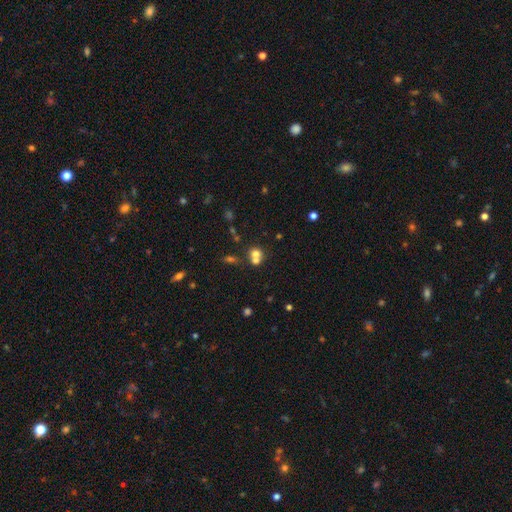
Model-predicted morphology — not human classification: Overall: smooth (65%). How rounded: round (78%). Merging: merger (52%; none 37%).